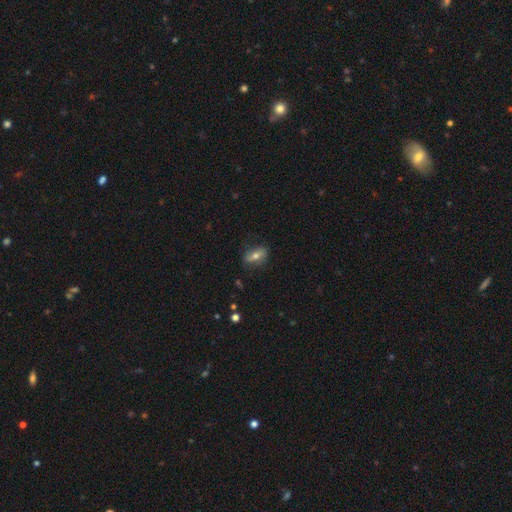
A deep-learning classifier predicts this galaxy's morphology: Smooth or featured? Predicted: smooth (p=0.55). How rounded? Predicted: in between (p=0.79). Merging? Predicted: none (p=0.76).